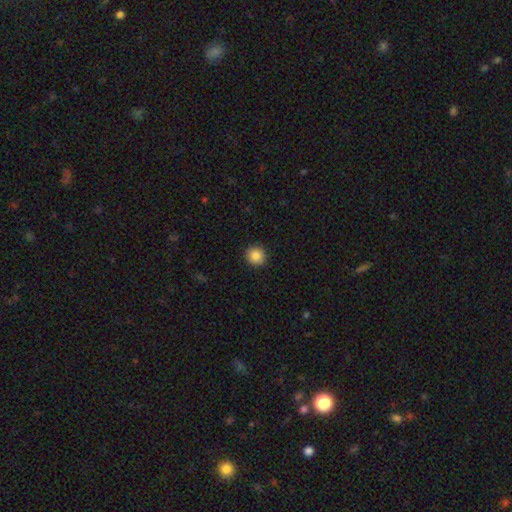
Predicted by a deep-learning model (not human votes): Smooth or featured? smooth (86%)
How rounded? round (93%)
Merging? none (92%)